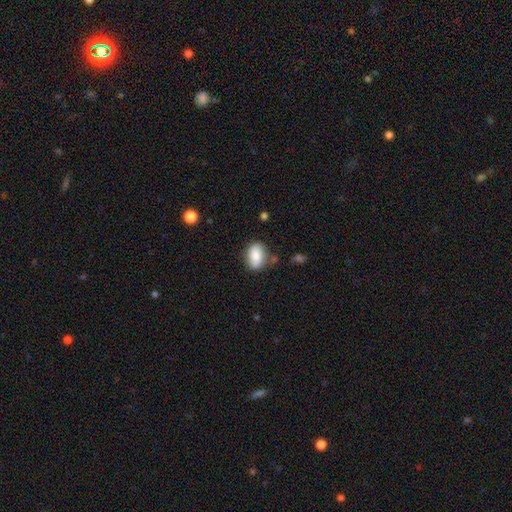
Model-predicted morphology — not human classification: Smooth or featured? Predicted: smooth (p=0.79). How rounded? Predicted: in between (p=0.84). Merging? Predicted: none (p=0.74).